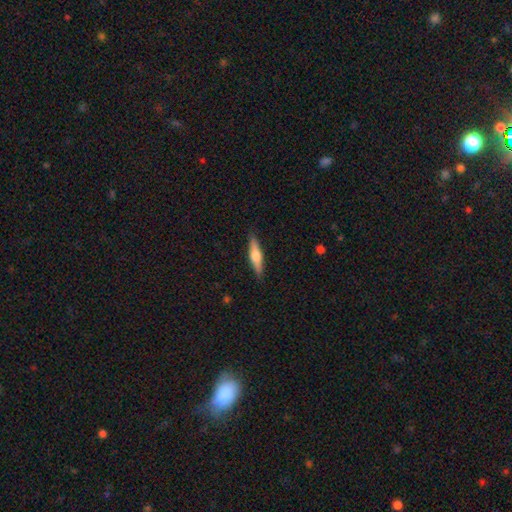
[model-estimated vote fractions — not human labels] Smooth or featured: featured or disk — 50% (smooth — 45%)
Merging: none — 89% (minor disturbance — 8%)